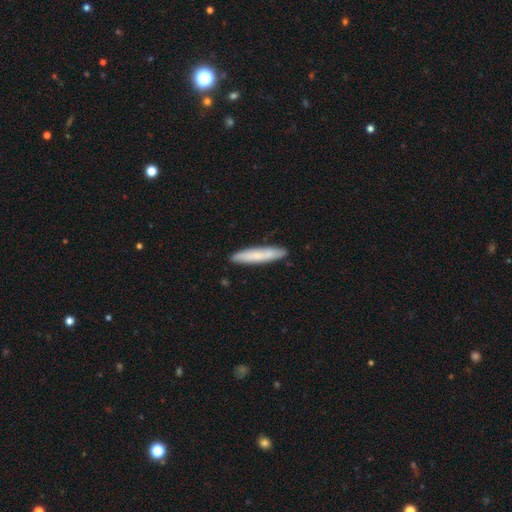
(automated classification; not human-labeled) This is likely a smooth galaxy (70%). How rounded: clearly cigar-shaped (90%). Merging: clearly none (85%).